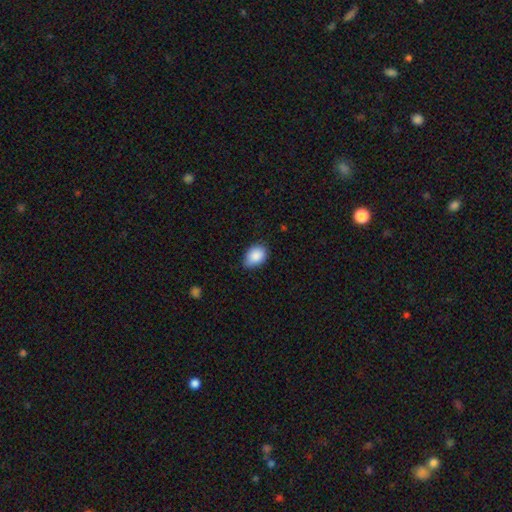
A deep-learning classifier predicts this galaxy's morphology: Q: Smooth or featured?
A: smooth (88%); runner-up: star or artifact (7%)
Q: How rounded?
A: in between (78%); runner-up: round (21%)
Q: Merging?
A: none (71%); runner-up: minor disturbance (25%)